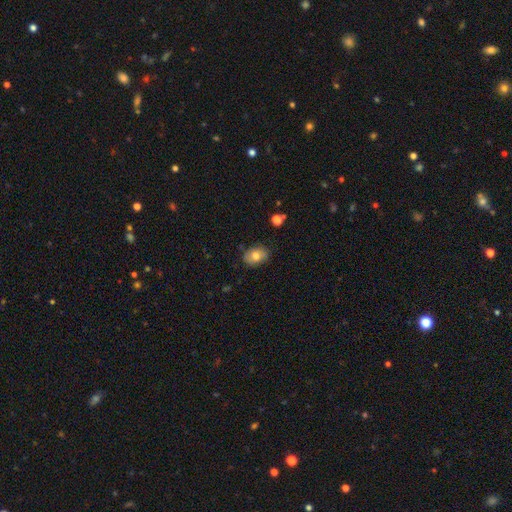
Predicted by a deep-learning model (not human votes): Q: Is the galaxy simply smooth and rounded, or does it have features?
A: smooth — 73%.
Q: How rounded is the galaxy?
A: in between — 67%.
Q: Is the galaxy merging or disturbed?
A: none — 78%.